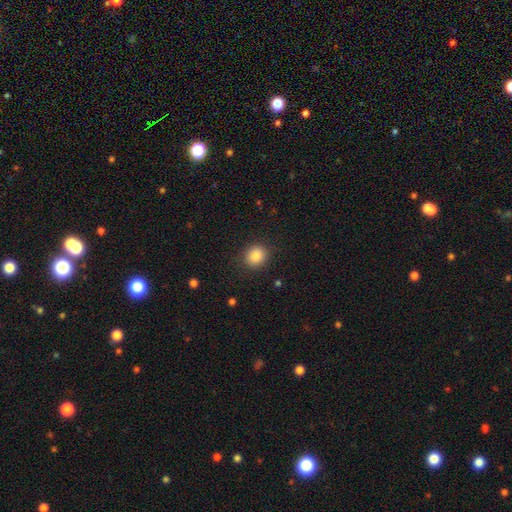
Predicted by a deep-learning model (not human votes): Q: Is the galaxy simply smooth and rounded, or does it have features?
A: smooth — 86%.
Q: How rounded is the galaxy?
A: round — 80%.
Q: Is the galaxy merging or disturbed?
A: none — 88%.